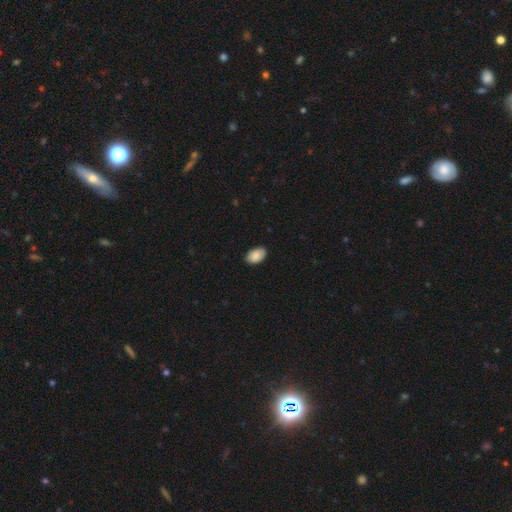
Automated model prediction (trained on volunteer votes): smooth 86%, featured or disk 7%, star or artifact 7%. Down the decision tree: how rounded — in between (92%); merging — none (85%).